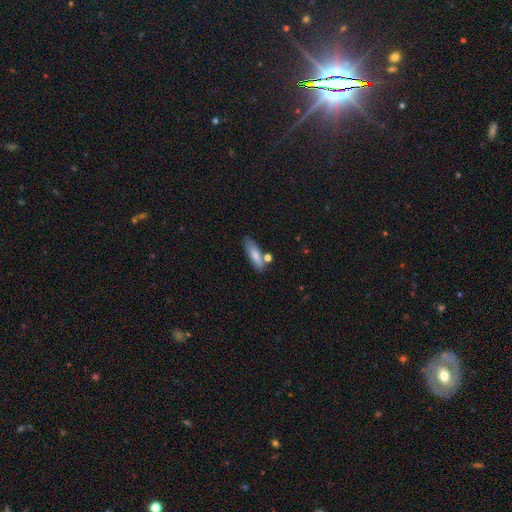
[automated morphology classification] smooth_or_featured: smooth (p=0.77) [alt: featured or disk p=0.16]
how_rounded: cigar-shaped (p=0.51) [alt: in between p=0.46]
merging: none (p=0.67) [alt: minor disturbance p=0.17]